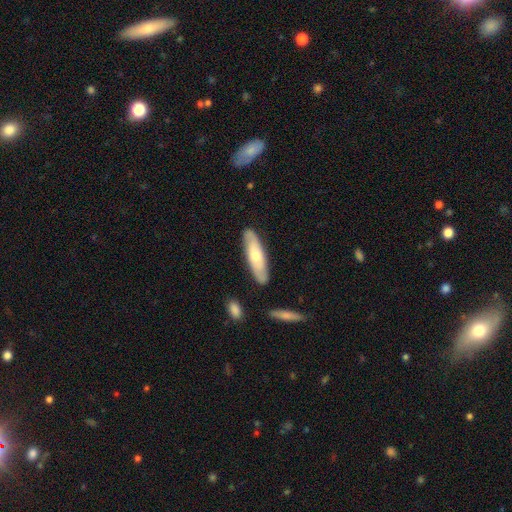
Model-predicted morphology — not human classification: smooth-or-featured: smooth: 56% | featured or disk: 39% | star or artifact: 5%
  how-rounded: cigar-shaped: 60% | in between: 38% | round: 2%
  merging: none: 85% | minor disturbance: 11% | merger: 3% | major disturbance: 2%